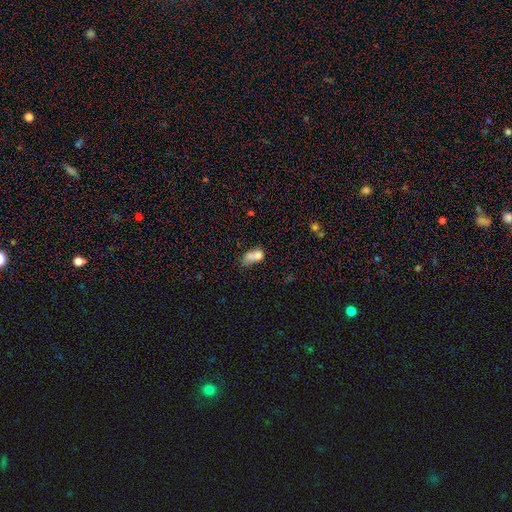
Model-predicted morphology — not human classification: smooth_or_featured: smooth (p=0.68) [alt: featured or disk p=0.20]
how_rounded: in between (p=0.73) [alt: round p=0.22]
merging: merger (p=0.48) [alt: none p=0.20]